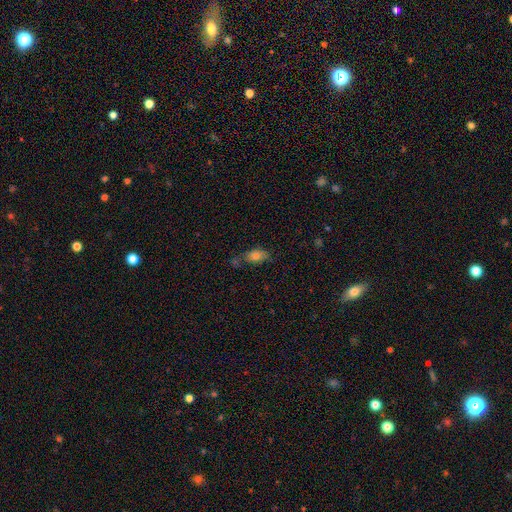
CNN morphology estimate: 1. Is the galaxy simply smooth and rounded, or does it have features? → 76% smooth, 14% featured or disk, 10% star or artifact.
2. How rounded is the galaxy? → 87% in between, 7% round, 6% cigar-shaped.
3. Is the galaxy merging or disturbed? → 52% none, 24% minor disturbance, 16% merger, 8% major disturbance.